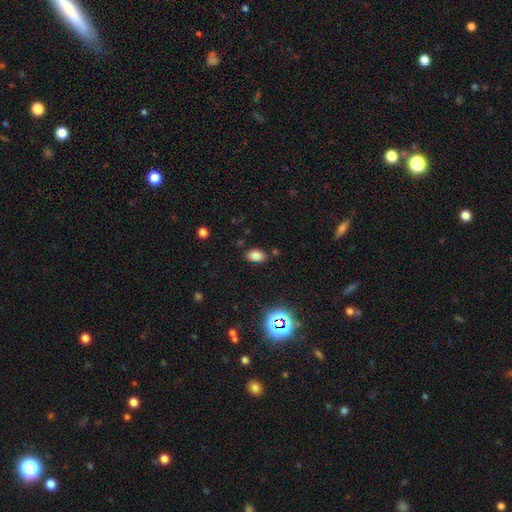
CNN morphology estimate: Smooth or featured? Predicted: smooth (p=0.78). How rounded? Predicted: in between (p=0.87). Merging? Predicted: none (p=0.82).